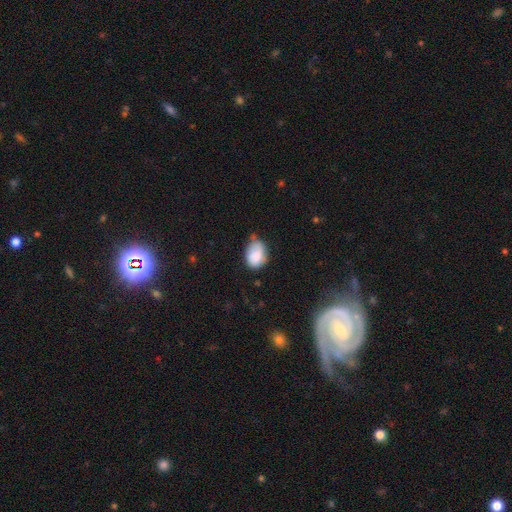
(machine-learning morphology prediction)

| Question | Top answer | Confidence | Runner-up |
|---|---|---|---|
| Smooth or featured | smooth | 81% | featured or disk (11%) |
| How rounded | in between | 72% | round (27%) |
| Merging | none | 48% | minor disturbance (39%) |